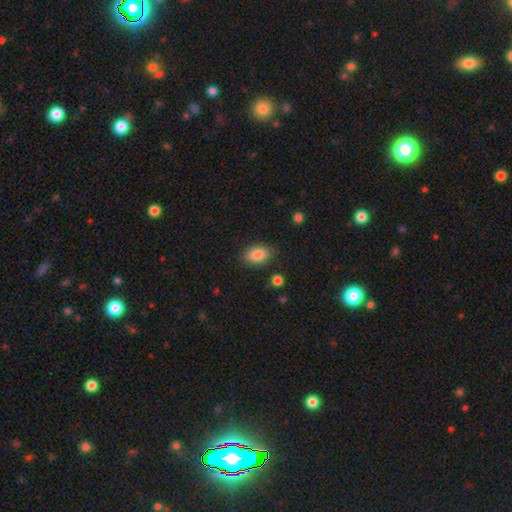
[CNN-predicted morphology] This appears to be a smooth galaxy with no disk features (87%) that is in between round and cigar-shaped (88%). Merging: none (84%).